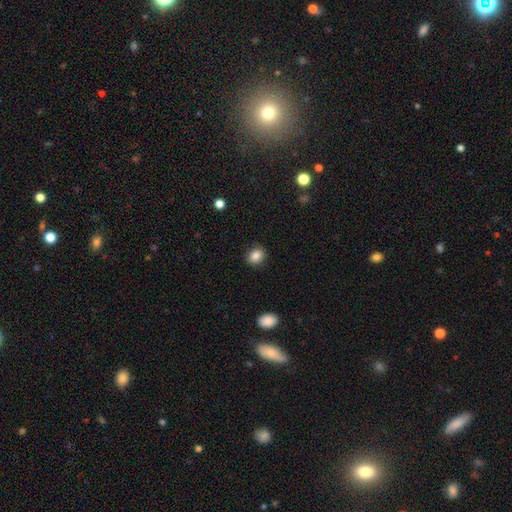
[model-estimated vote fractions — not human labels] The model was most divided on "how rounded": round: 59%, in between: 40%, cigar-shaped: 1%. More confident: merging — none (89%); smooth or featured — smooth (86%).